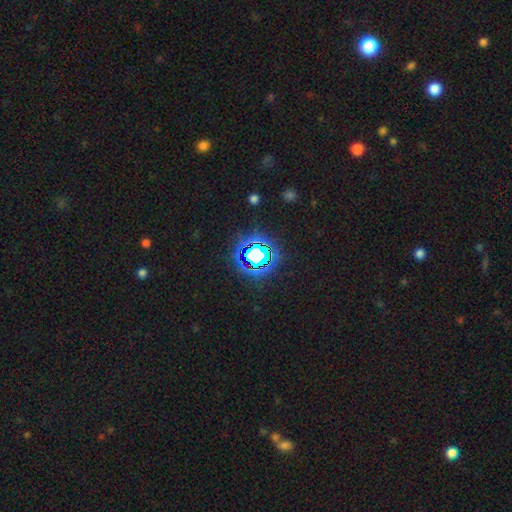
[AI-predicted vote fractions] A star or artifact, not a galaxy (73%).

Vote fractions:
- Smooth or featured? star or artifact: 73% / smooth: 16% / featured or disk: 11%